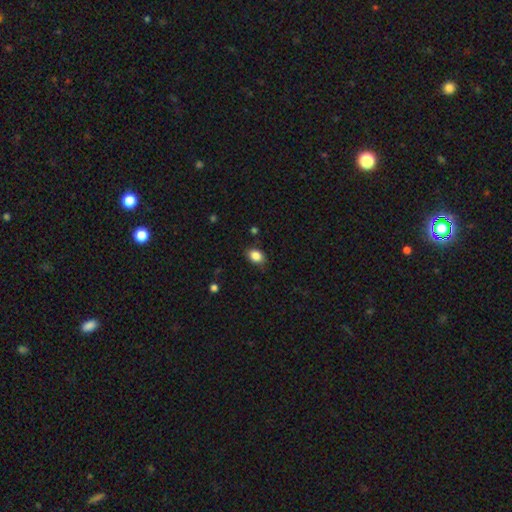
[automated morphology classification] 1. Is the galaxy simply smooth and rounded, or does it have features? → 85% smooth, 9% star or artifact, 5% featured or disk.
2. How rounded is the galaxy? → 69% in between, 30% round, 1% cigar-shaped.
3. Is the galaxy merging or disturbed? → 81% none, 15% minor disturbance, 3% major disturbance, 1% merger.